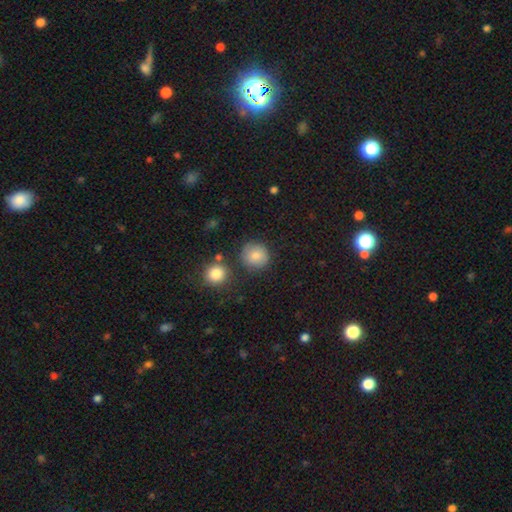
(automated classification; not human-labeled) smooth 83%, star or artifact 9%, featured or disk 8%. Down the decision tree: how rounded — round (91%); merging — none (81%).